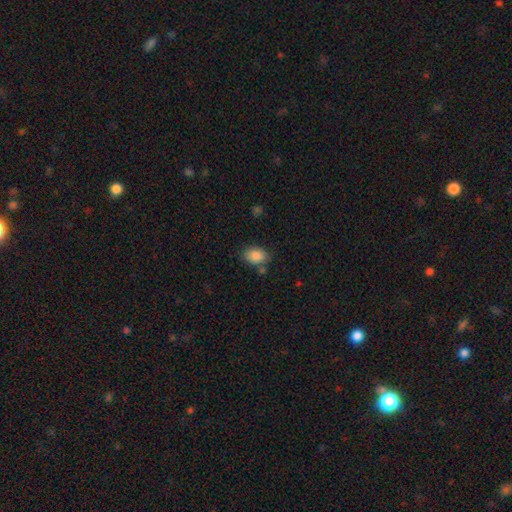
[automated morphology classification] The model was most divided on "how rounded": in between: 77%, round: 22%, cigar-shaped: 1%. More confident: smooth or featured — smooth (87%); merging — none (73%).